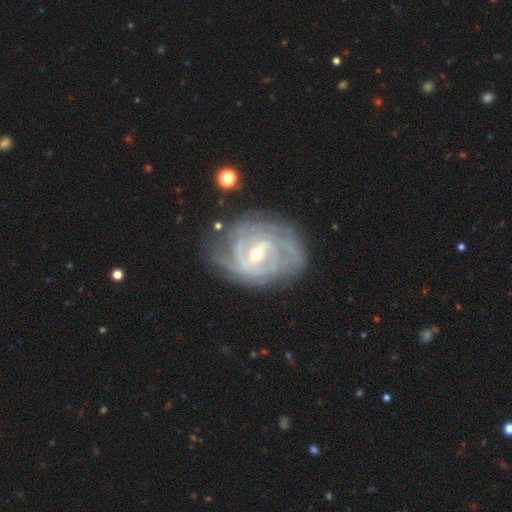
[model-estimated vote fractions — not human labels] Smooth or featured: featured or disk — 87% (smooth — 6%)
Edge-on disk: no — 97% (yes — 3%)
Bar: weak — 53% (strong — 26%)
Spiral arms: yes — 95% (no — 5%)
Spiral winding: tight — 67% (medium — 27%)
Spiral arm count: can't tell — 32% (2 — 20%)
Bulge size: small — 52% (moderate — 45%)
Merging: none — 71% (minor disturbance — 19%)